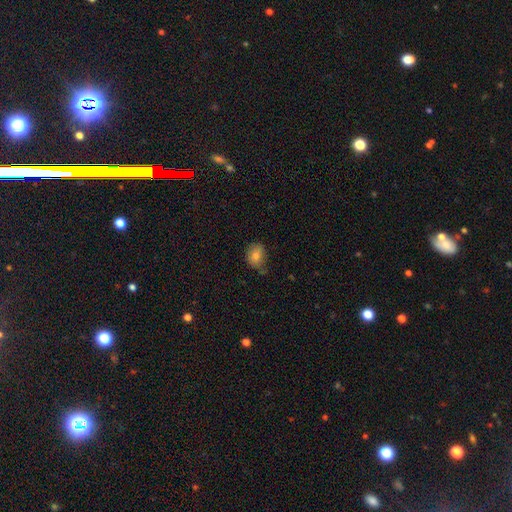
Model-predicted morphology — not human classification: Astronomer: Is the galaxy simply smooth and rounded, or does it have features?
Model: smooth — 80%.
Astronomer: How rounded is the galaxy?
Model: in between — 66%.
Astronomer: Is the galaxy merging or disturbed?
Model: none — 65%.